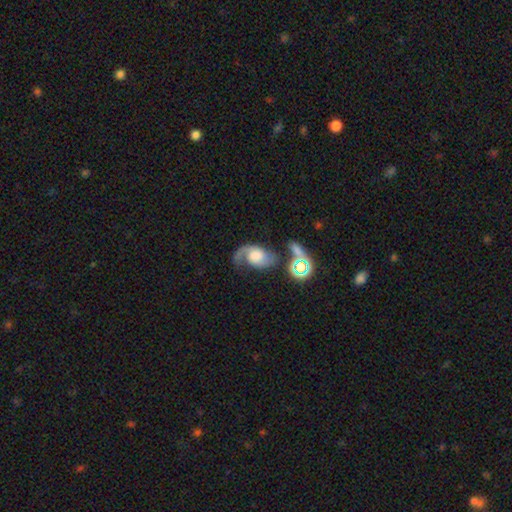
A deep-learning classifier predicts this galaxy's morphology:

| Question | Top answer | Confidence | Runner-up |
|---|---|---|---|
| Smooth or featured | featured or disk | 77% | smooth (14%) |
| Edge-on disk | no | 97% | yes (3%) |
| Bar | no | 64% | weak (28%) |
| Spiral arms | yes | 95% | no (5%) |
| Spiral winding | loose | 46% | medium (40%) |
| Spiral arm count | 2 | 76% | 1 (18%) |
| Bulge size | large | 33% | moderate (24%) |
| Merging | none | 46% | minor disturbance (22%) |